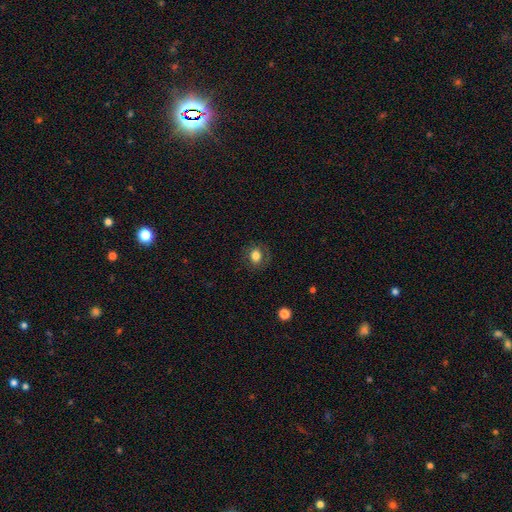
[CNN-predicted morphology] smooth-or-featured: smooth: 75% | featured or disk: 15% | star or artifact: 10%
  how-rounded: round: 62% | in between: 37% | cigar-shaped: 1%
  merging: none: 78% | minor disturbance: 13% | major disturbance: 7% | merger: 1%